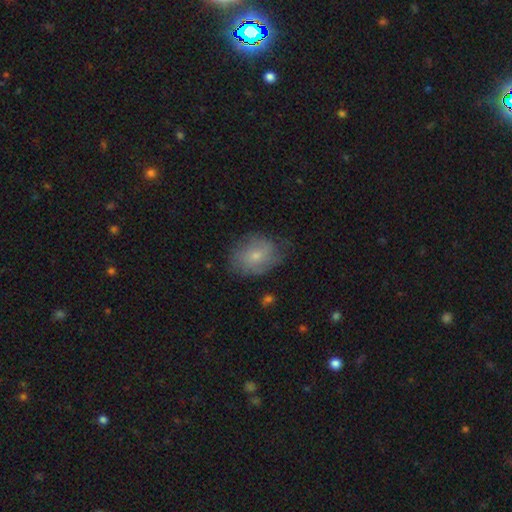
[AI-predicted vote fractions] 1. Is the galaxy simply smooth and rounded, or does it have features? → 60% smooth, 32% featured or disk, 8% star or artifact.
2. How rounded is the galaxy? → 61% in between, 38% round, 1% cigar-shaped.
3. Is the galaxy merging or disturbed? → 62% none, 27% minor disturbance, 9% major disturbance, 1% merger.